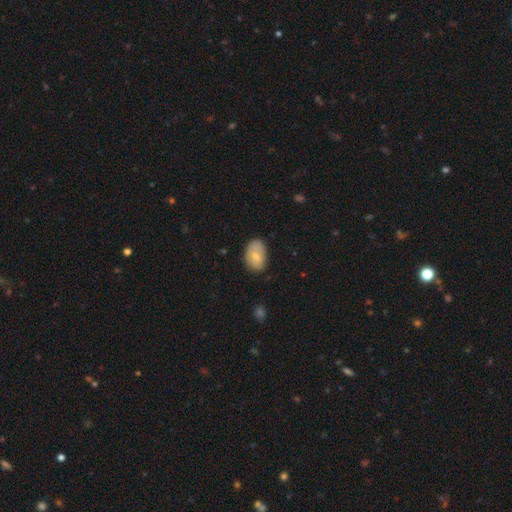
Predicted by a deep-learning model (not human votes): Smooth or featured? Predicted: smooth (p=0.78). How rounded? Predicted: in between (p=0.87). Merging? Predicted: none (p=0.68).